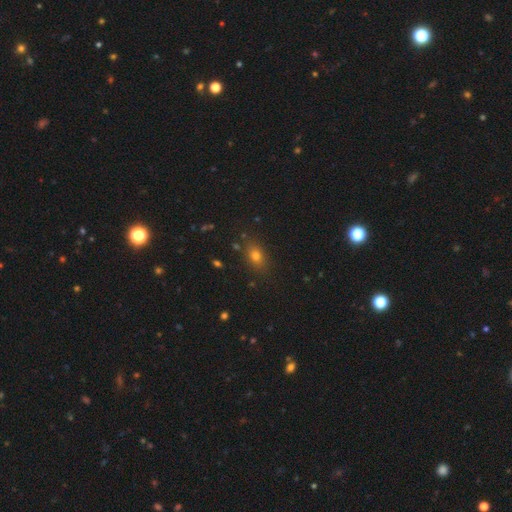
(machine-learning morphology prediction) type=smooth (73%); roundness=in between (69%); merging=none (83%).